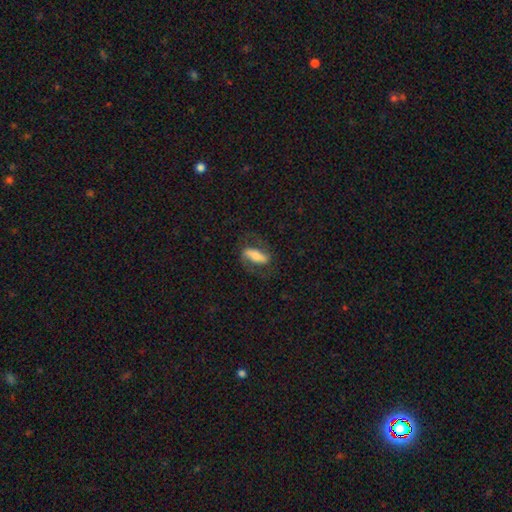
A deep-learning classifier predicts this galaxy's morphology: The model was most divided on "smooth or featured": featured or disk: 51%, smooth: 42%, star or artifact: 7%. More confident: edge-on disk — no (83%); merging — none (70%).